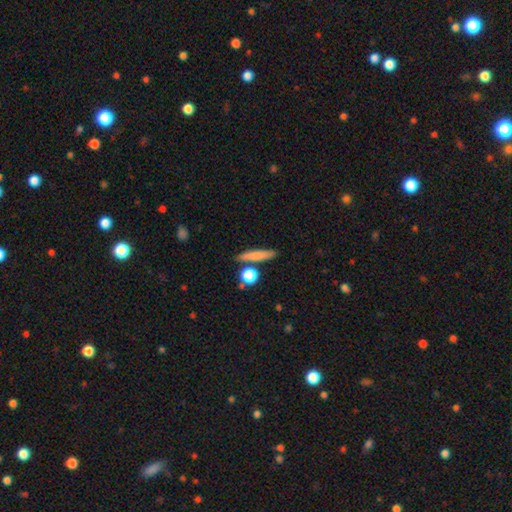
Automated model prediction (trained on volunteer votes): Morphology: type=smooth (74%); roundness=cigar-shaped (77%); merging=none (78%).